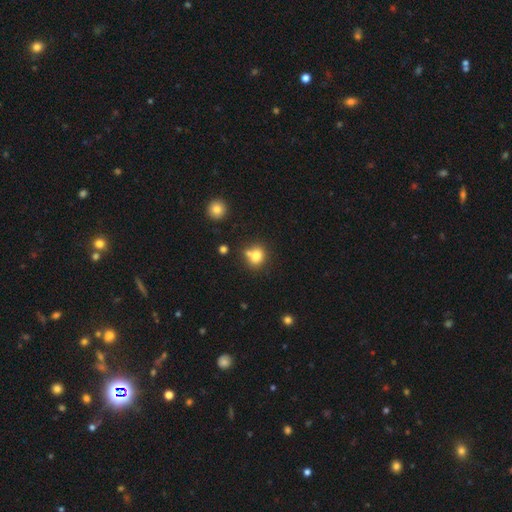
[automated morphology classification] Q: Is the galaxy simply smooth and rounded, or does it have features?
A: smooth — 78%.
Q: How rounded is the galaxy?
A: round — 70%.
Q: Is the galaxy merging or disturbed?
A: none — 55%.